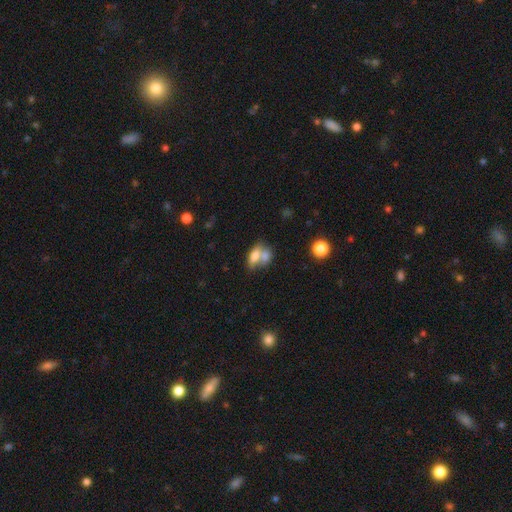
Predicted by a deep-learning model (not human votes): The model was most divided on "merging": merger: 61%, none: 26%, minor disturbance: 9%, major disturbance: 5%. More confident: how rounded — in between (81%); smooth or featured — smooth (73%).